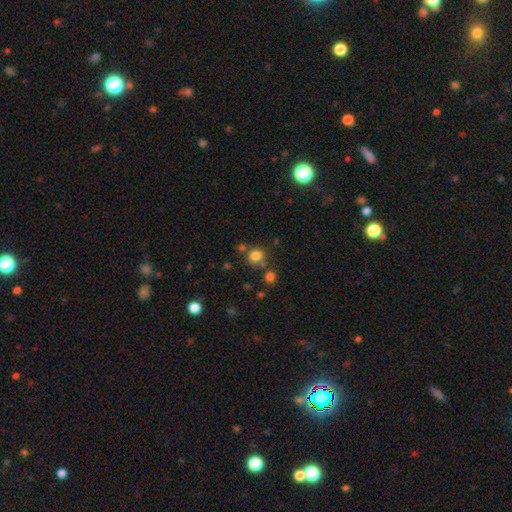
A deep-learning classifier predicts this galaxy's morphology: Overall: smooth (79%). How rounded: round (84%). Merging: none (67%).